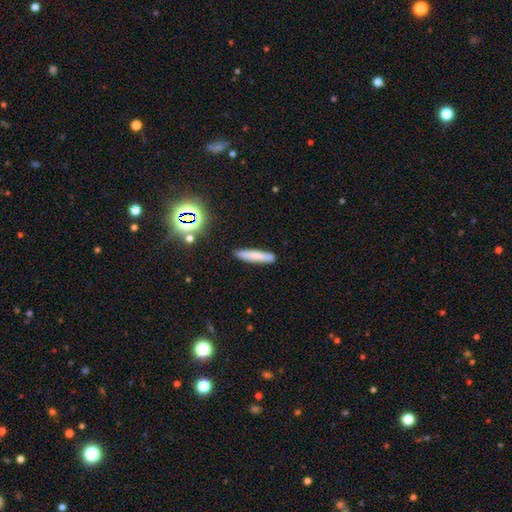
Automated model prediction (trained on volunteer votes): Smooth or featured?
  - smooth: 74% *
  - featured or disk: 16%
  - star or artifact: 10%
How rounded?
  - cigar-shaped: 90% *
  - in between: 8%
  - round: 2%
Merging?
  - none: 88% *
  - minor disturbance: 8%
  - major disturbance: 2%
  - merger: 2%